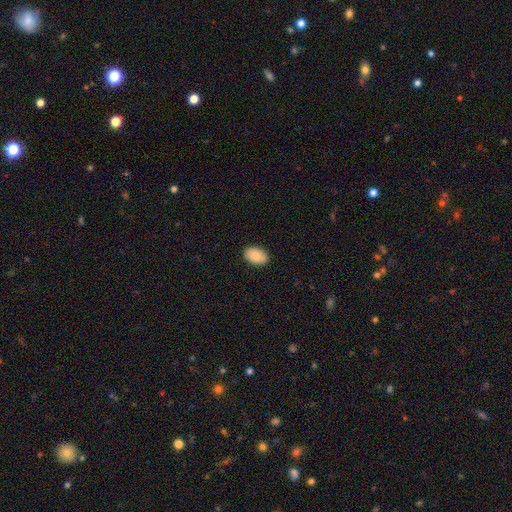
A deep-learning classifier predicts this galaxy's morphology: type=smooth (87%); roundness=in between (92%); merging=none (89%).